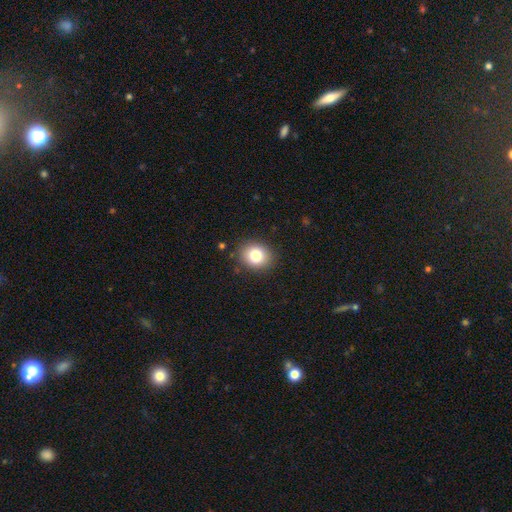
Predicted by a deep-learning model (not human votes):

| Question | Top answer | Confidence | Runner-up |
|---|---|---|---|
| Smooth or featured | smooth | 81% | star or artifact (11%) |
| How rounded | round | 66% | in between (34%) |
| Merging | none | 87% | minor disturbance (9%) |